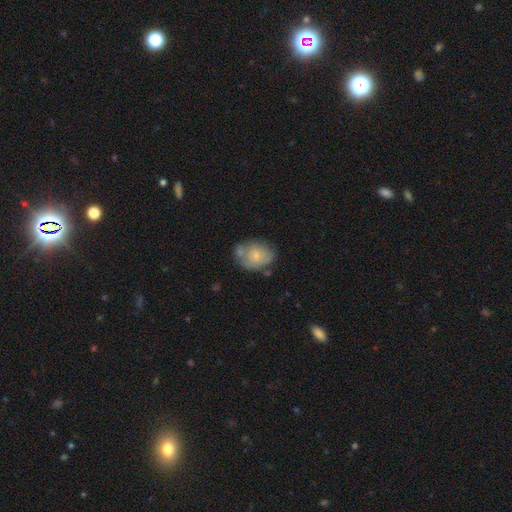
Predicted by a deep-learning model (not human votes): Smooth or featured?
  - smooth: 68% *
  - featured or disk: 25%
  - star or artifact: 7%
How rounded?
  - in between: 62% *
  - round: 37%
  - cigar-shaped: 1%
Merging?
  - none: 48% *
  - minor disturbance: 26%
  - merger: 17%
  - major disturbance: 8%